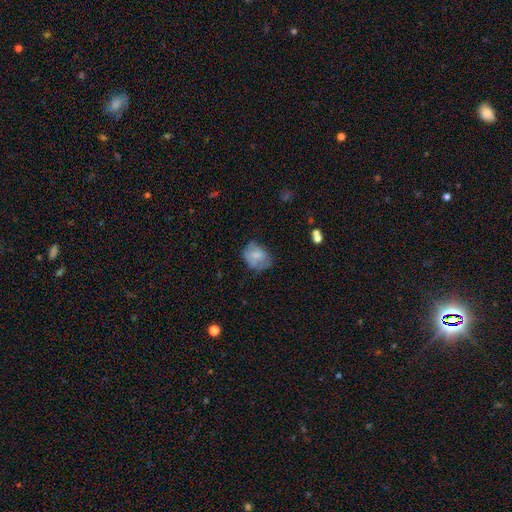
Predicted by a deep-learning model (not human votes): Overall: smooth (61%; featured or disk 30%). How rounded: in between (59%; round 40%). Merging: none (47%; minor disturbance 32%).